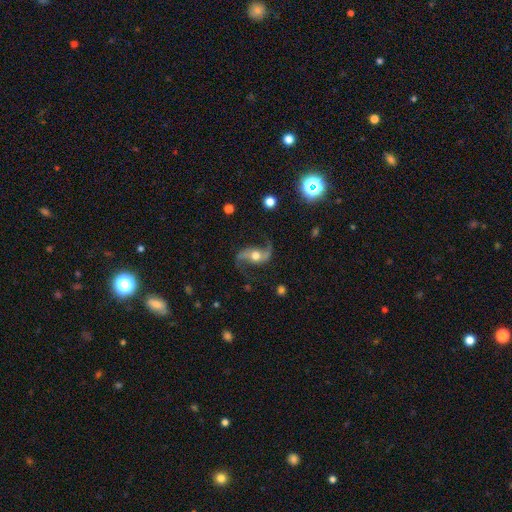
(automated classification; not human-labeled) A featured or disk galaxy (88%) with no bar (51%), 2 (94%) loose (82%) spiral arms (97%) and a moderate central bulge (70%). Merging: none (76%).